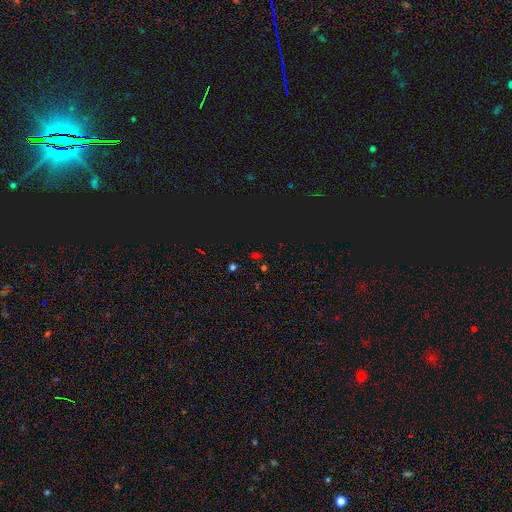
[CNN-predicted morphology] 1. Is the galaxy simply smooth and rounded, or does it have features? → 60% star or artifact, 33% smooth, 6% featured or disk.